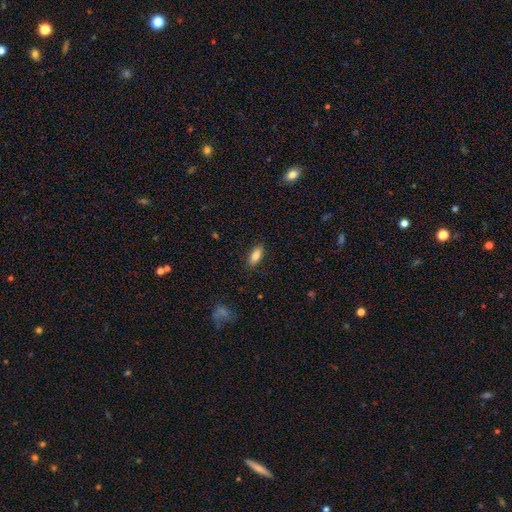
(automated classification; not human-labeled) A smooth galaxy with no disk features (83%) that is in between round and cigar-shaped (78%). Merging: none (87%).